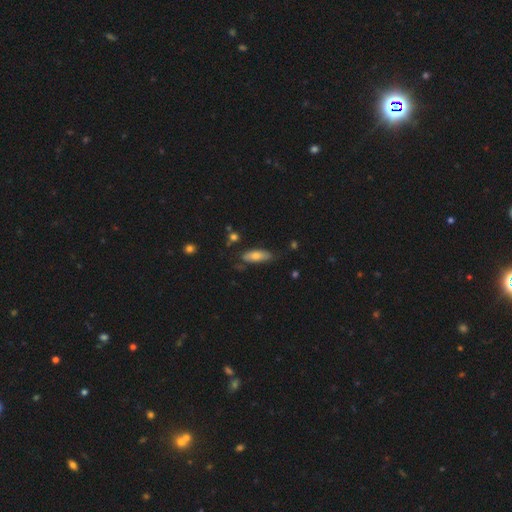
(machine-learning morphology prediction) Smooth or featured? smooth (68%)
How rounded? in between (67%)
Merging? none (66%)